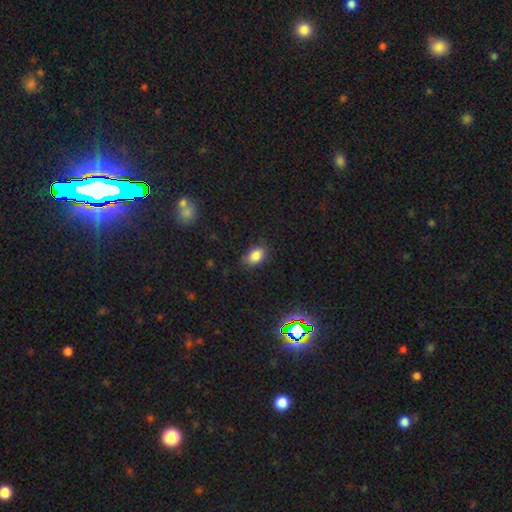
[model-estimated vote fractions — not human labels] This appears to be a smooth galaxy with no disk features (84%) that is in between round and cigar-shaped (83%). Merging: none (74%).